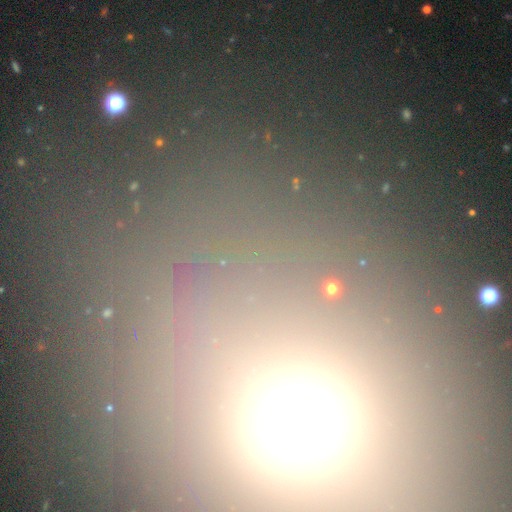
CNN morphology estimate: smooth_or_featured: star or artifact (p=0.58) [alt: smooth p=0.32]